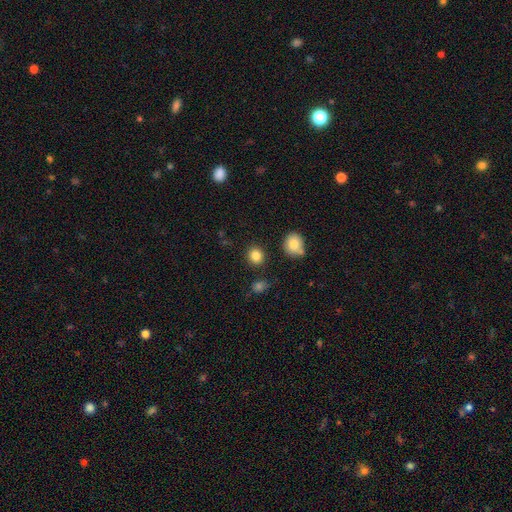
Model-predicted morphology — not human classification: Smooth or featured?
  - smooth: 84% *
  - star or artifact: 11%
  - featured or disk: 5%
How rounded?
  - round: 82% *
  - in between: 17%
  - cigar-shaped: 1%
Merging?
  - none: 87% *
  - minor disturbance: 7%
  - merger: 3%
  - major disturbance: 3%